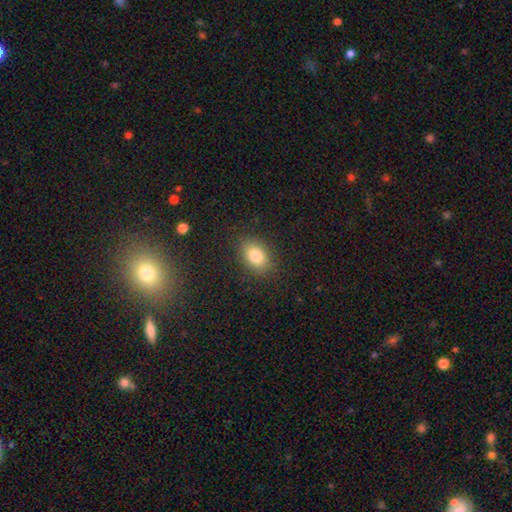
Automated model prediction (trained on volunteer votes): This appears to be a smooth galaxy with no disk features (81%) that is in between round and cigar-shaped (80%). Merging: none (86%).